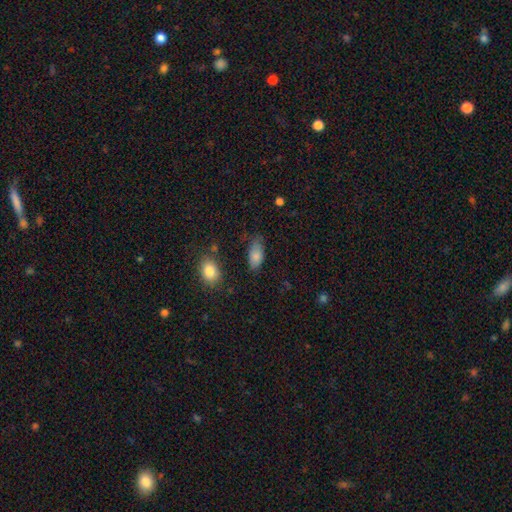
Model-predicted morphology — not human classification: Smooth or featured: smooth — 85% (star or artifact — 8%)
How rounded: in between — 90% (cigar-shaped — 6%)
Merging: none — 66% (minor disturbance — 25%)